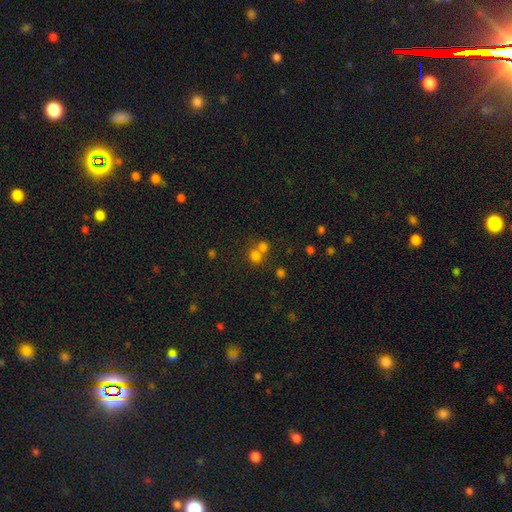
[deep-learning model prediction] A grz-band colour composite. It shows a smooth galaxy with no disk features (71%) that is round (71%). Merging: merger (47%).